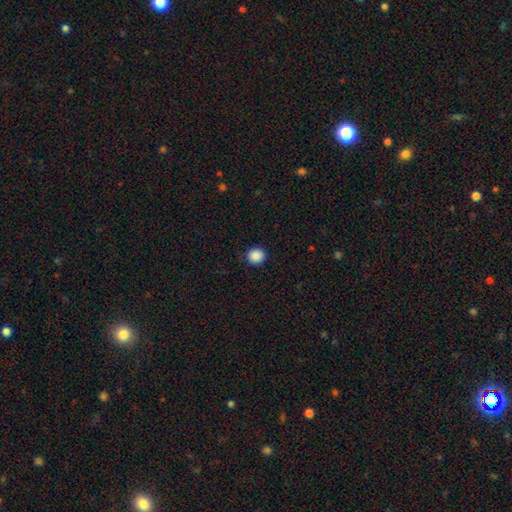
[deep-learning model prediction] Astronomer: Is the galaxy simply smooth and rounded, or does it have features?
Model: smooth — 88%.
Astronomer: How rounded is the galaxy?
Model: round — 91%.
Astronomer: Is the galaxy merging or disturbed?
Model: none — 91%.